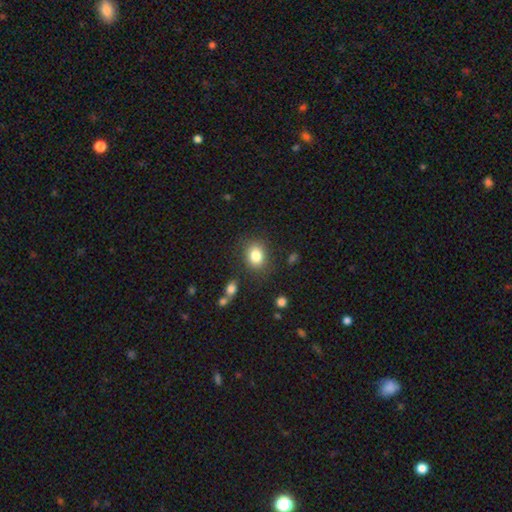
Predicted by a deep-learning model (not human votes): Morphology: type=smooth (83%); roundness=in between (50%); merging=none (81%).